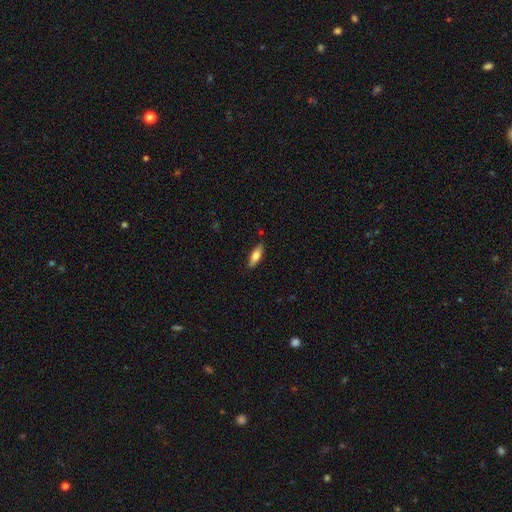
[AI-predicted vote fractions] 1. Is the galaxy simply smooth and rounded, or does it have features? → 68% smooth, 26% featured or disk, 6% star or artifact.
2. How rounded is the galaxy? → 59% in between, 39% cigar-shaped, 2% round.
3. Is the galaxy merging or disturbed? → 83% none, 13% minor disturbance, 2% major disturbance, 2% merger.